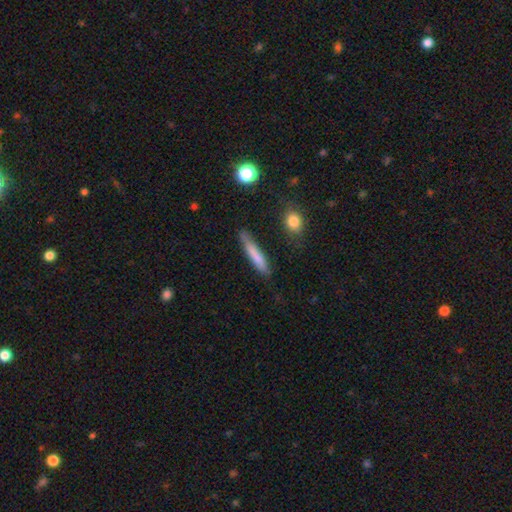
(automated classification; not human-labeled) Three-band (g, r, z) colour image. It shows a smooth galaxy with no disk features (74%) that is cigar-shaped (89%). Merging: none (73%).